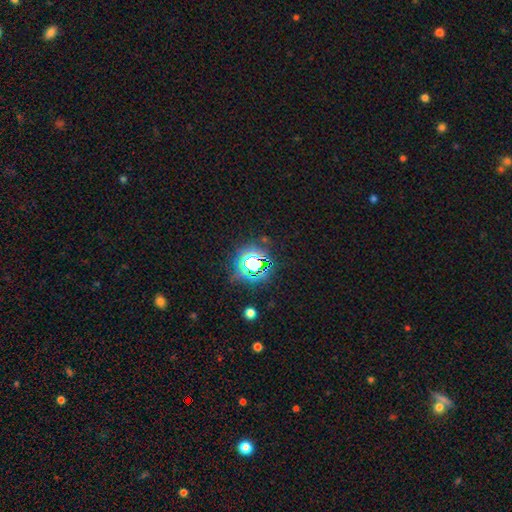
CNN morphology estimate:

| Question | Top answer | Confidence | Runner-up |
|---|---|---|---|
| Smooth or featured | star or artifact | 78% | smooth (14%) |